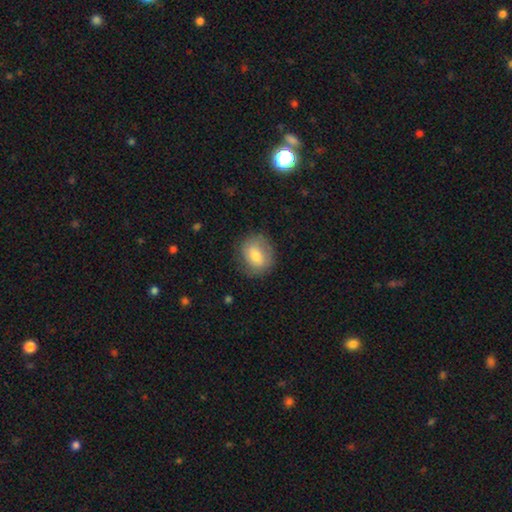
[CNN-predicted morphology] smooth-or-featured: smooth: 71% | featured or disk: 21% | star or artifact: 8%
  how-rounded: round: 57% | in between: 41% | cigar-shaped: 1%
  merging: none: 76% | minor disturbance: 17% | major disturbance: 6% | merger: 1%